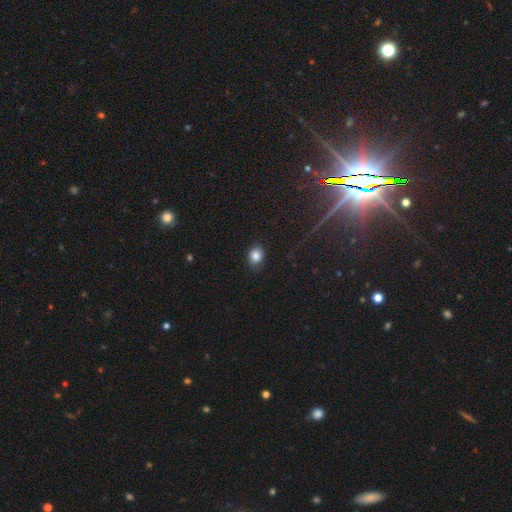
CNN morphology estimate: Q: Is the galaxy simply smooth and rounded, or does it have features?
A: smooth — 83%.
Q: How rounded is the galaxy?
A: in between — 53%.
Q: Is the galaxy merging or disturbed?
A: none — 79%.